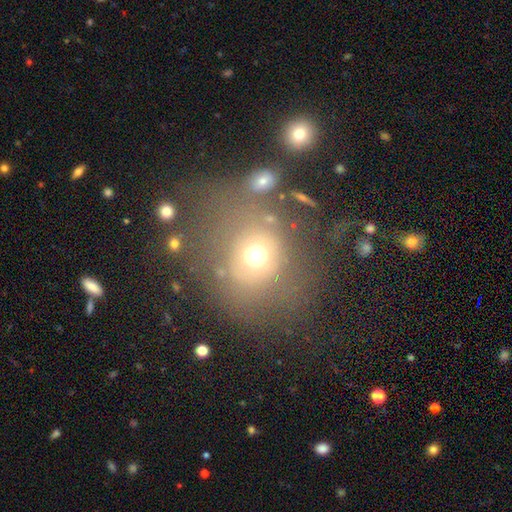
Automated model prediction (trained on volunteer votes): Smooth or featured: smooth — 62% (featured or disk — 21%)
How rounded: round — 72% (in between — 27%)
Merging: none — 59% (minor disturbance — 16%)